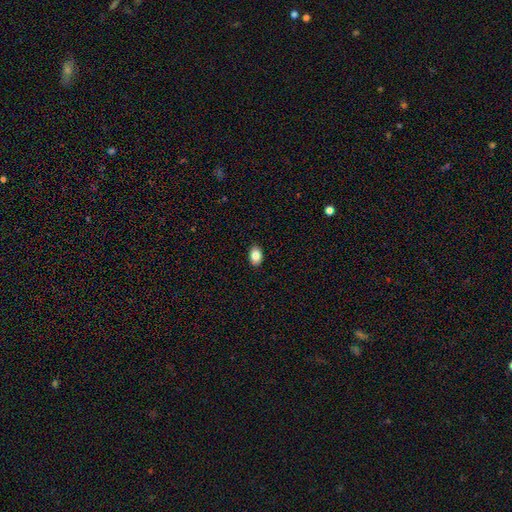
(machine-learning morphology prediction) smooth_or_featured: smooth (p=0.86) [alt: star or artifact p=0.08]
how_rounded: in between (p=0.81) [alt: round p=0.18]
merging: none (p=0.90) [alt: minor disturbance p=0.08]